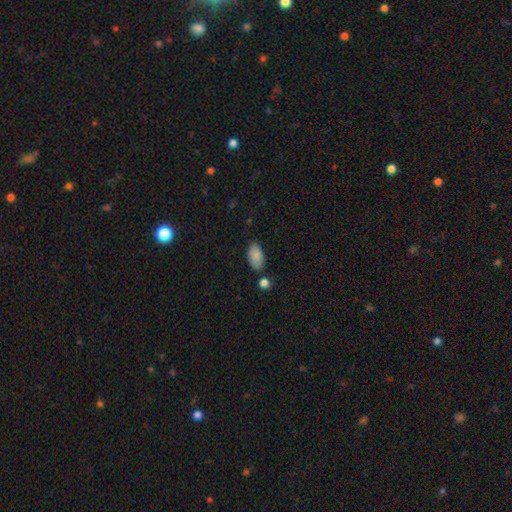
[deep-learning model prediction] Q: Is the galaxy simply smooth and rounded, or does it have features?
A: smooth — 87%.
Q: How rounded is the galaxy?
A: in between — 94%.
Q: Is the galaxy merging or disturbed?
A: none — 77%.